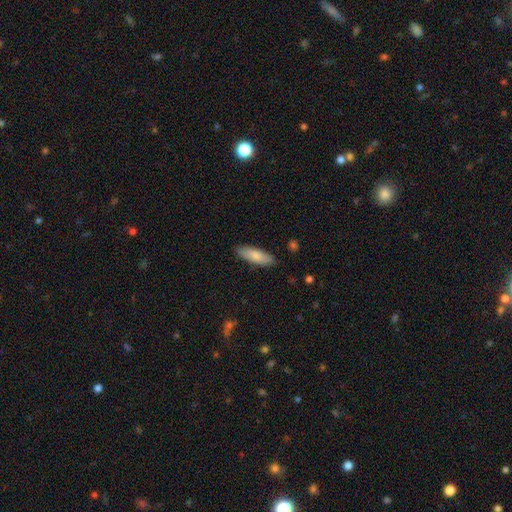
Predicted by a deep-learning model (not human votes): The model was most divided on "how rounded": in between: 58%, cigar-shaped: 41%, round: 2%. More confident: merging — none (86%); smooth or featured — smooth (82%).